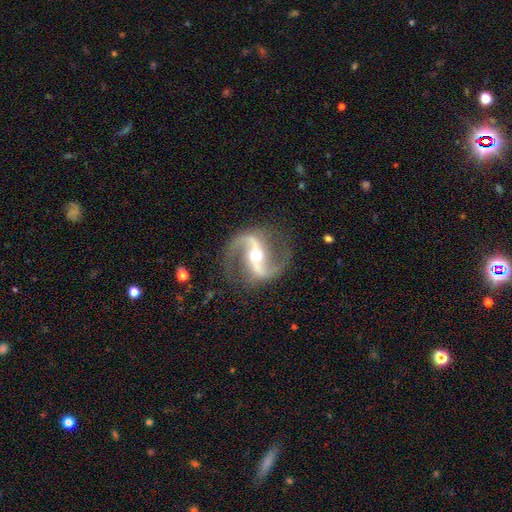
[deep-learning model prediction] Smooth or featured? featured or disk (93%)
Edge-on disk? no (97%)
Bar? strong (50%)
Spiral arms? yes (98%)
Spiral winding? loose (52%)
Spiral arm count? 2 (94%)
Bulge size? moderate (65%)
Merging? none (83%)